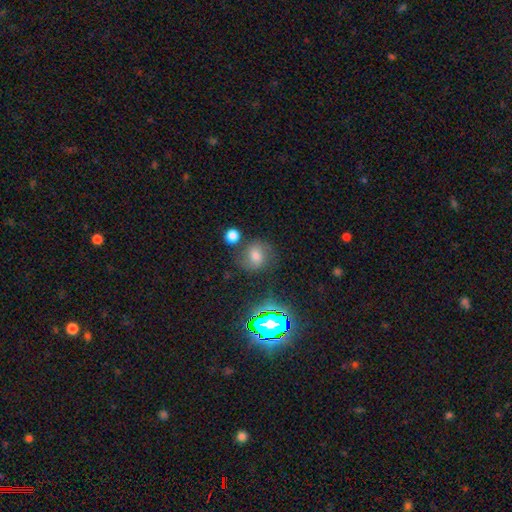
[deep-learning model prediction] smooth 52%, star or artifact 25%, featured or disk 23%. Down the decision tree: how rounded — round (71%); merging — none (72%).